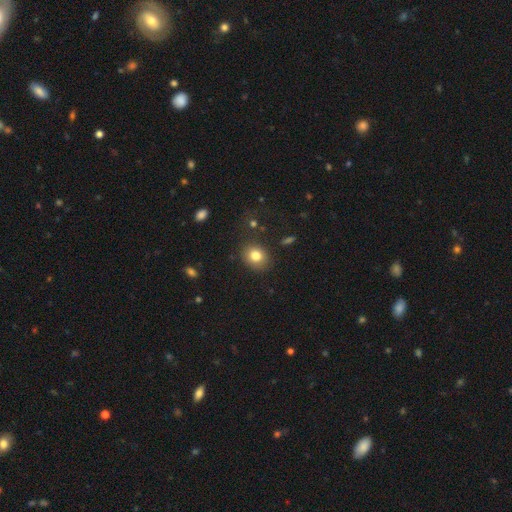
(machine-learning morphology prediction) This appears to be a smooth galaxy with no disk features (81%) that is round (66%). Merging: none (85%).